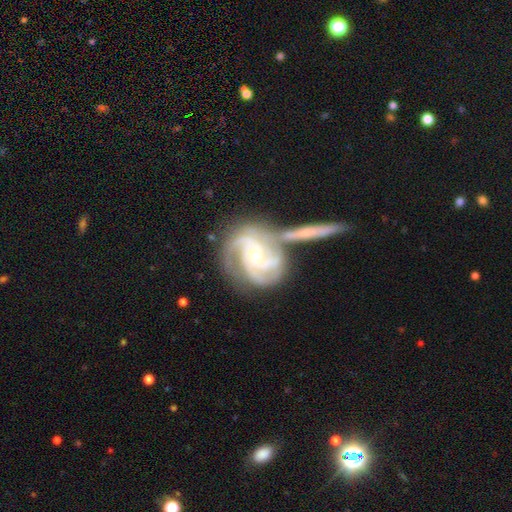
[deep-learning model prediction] Morphology: type=featured or disk (91%); edge-on=no (97%); bar=no (56%); spiral arms=yes (98%); winding=tight (58%); arm count=3 (51%); bulge=small (54%); merging=none (48%).